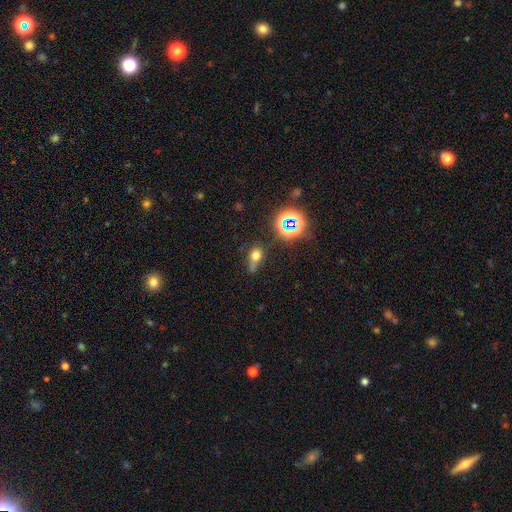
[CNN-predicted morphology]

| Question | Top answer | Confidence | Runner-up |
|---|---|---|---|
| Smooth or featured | smooth | 63% | star or artifact (25%) |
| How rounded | round | 50% | in between (46%) |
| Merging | none | 47% | minor disturbance (25%) |